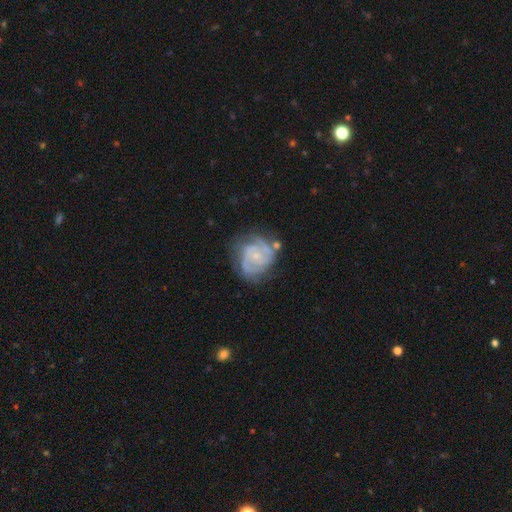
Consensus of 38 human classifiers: Morphology: type=featured or disk (82%); edge-on=no (97%); bar=no (63%); spiral arms=yes (93%); winding=tight (50%); arm count=2 (46%); bulge=small (80%); merging=none (59%).